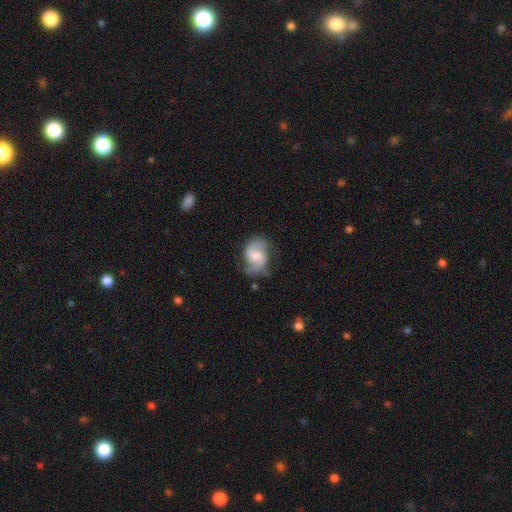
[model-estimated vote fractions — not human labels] Overall: featured or disk (68%). Edge-on disk: no (98%). Bar: weak (48%; no 40%). Spiral arms: yes (92%). Spiral arm count: 2 (86%). Spiral winding: medium (46%; loose 38%). Bulge size: moderate (46%; small 30%). Merging: none (62%; minor disturbance 24%).